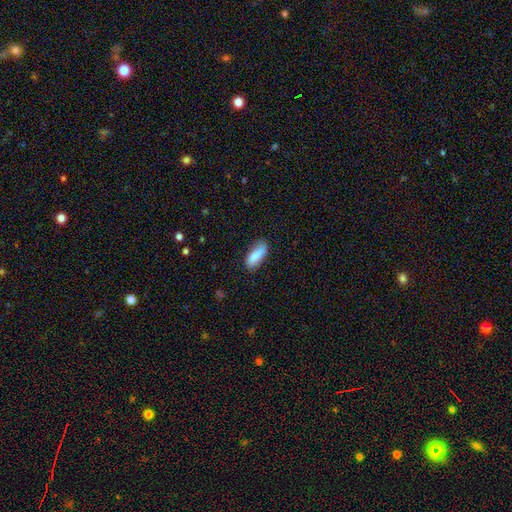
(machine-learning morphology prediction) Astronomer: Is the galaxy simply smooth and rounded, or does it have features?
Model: smooth — 83%.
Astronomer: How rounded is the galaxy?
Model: in between — 71%.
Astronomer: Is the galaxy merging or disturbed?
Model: none — 76%.